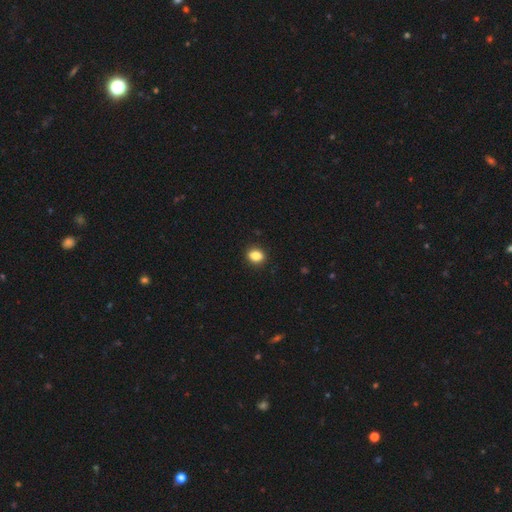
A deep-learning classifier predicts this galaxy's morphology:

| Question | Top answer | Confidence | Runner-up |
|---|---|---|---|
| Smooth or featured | smooth | 86% | star or artifact (9%) |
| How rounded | in between | 60% | round (38%) |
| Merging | none | 90% | minor disturbance (8%) |